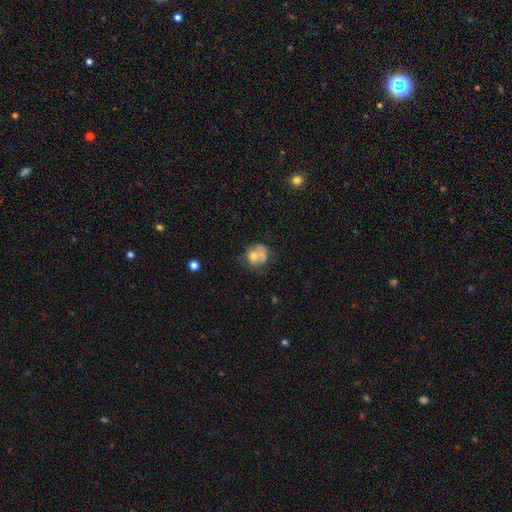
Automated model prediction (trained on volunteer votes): A smooth galaxy with no disk features (57%) that is round (71%). Merging: none (34%).